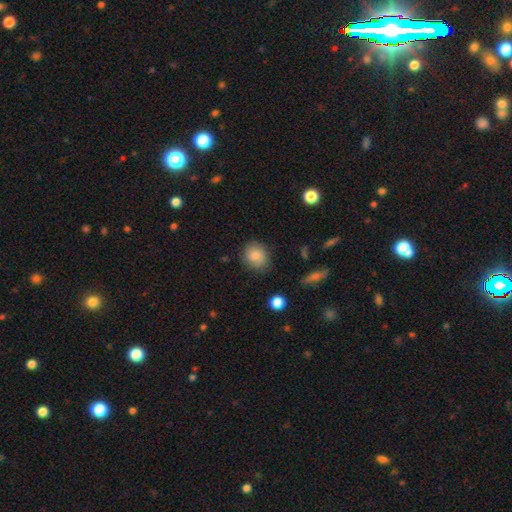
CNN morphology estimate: smooth-or-featured: smooth: 82% | featured or disk: 9% | star or artifact: 9%
  how-rounded: round: 71% | in between: 28% | cigar-shaped: 1%
  merging: none: 76% | minor disturbance: 18% | major disturbance: 4% | merger: 2%